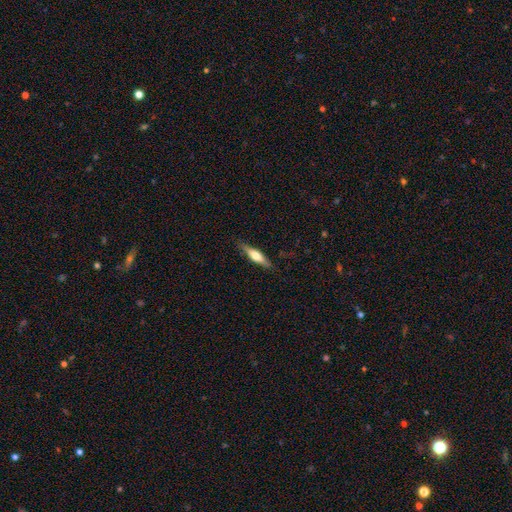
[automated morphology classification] smooth_or_featured: featured or disk (p=0.48) [alt: smooth p=0.47]
merging: none (p=0.85) [alt: minor disturbance p=0.11]